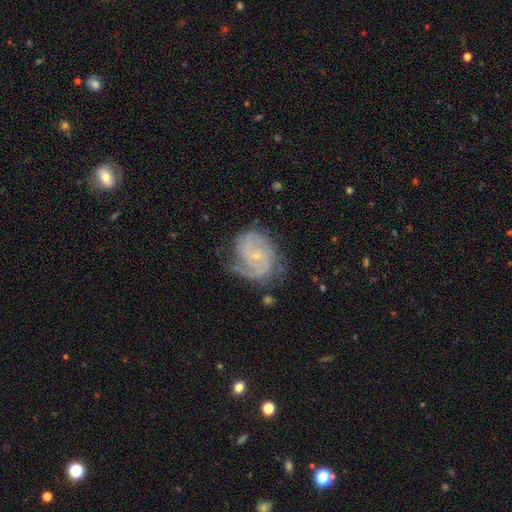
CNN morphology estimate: Smooth or featured?
  - featured or disk: 85% *
  - smooth: 9%
  - star or artifact: 6%
Edge-on disk?
  - no: 98% *
  - yes: 2%
Bar?
  - no: 64% *
  - weak: 30%
  - strong: 6%
Spiral arms?
  - yes: 96% *
  - no: 4%
Spiral winding?
  - tight: 51% *
  - medium: 38%
  - loose: 11%
Spiral arm count?
  - 2: 52% *
  - can't tell: 17%
  - 3: 17%
  - 1: 7%
  - 4: 4%
  - more than 4: 4%
Bulge size?
  - small: 79% *
  - moderate: 16%
  - none: 4%
  - large: 1%
  - dominant: 1%
Merging?
  - none: 61% *
  - minor disturbance: 25%
  - major disturbance: 13%
  - merger: 2%